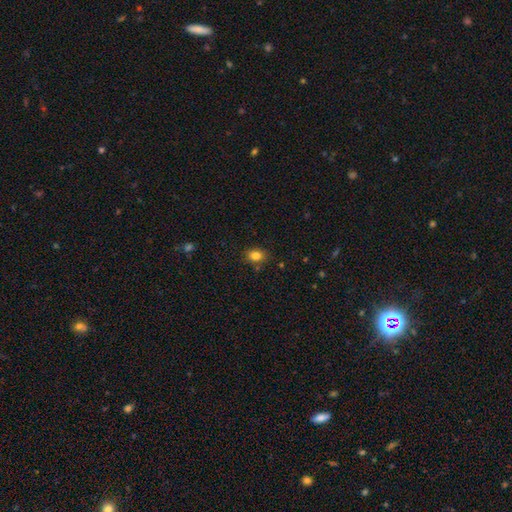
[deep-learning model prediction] Overall: smooth (82%). How rounded: in between (60%; round 39%). Merging: none (82%).